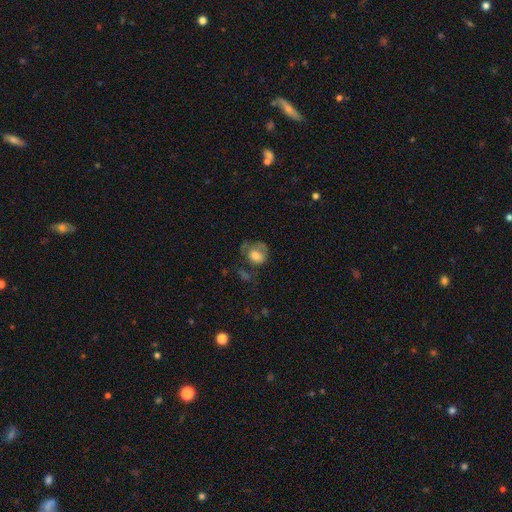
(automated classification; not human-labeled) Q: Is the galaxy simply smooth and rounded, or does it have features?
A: smooth — 64%.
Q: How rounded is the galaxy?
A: round — 64%.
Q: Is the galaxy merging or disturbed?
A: none — 34%.